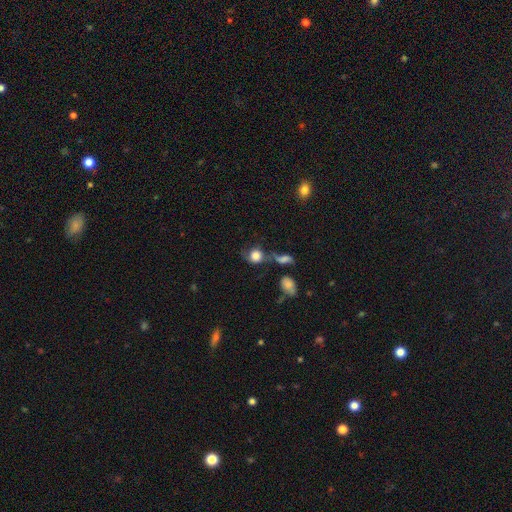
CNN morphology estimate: type=smooth (74%); roundness=round (76%); merging=none (43%).